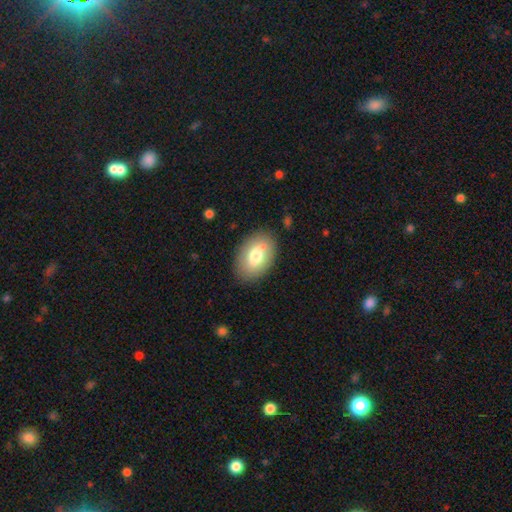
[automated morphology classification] This appears to be a smooth galaxy with no disk features (71%) that is in between round and cigar-shaped (88%). Merging: none (82%).